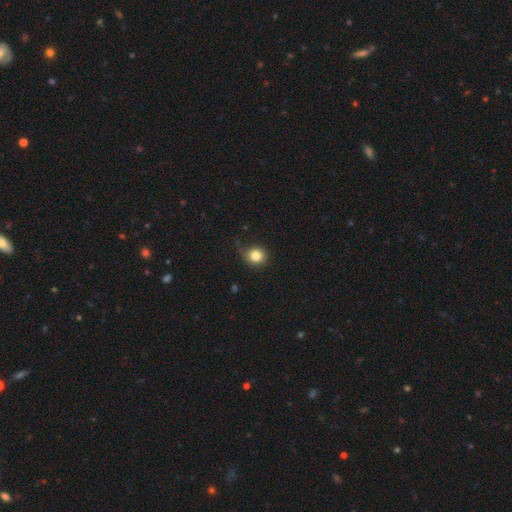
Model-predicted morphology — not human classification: smooth_or_featured: smooth (p=0.82) [alt: star or artifact p=0.11]
how_rounded: round (p=0.87) [alt: in between p=0.12]
merging: none (p=0.60) [alt: minor disturbance p=0.27]